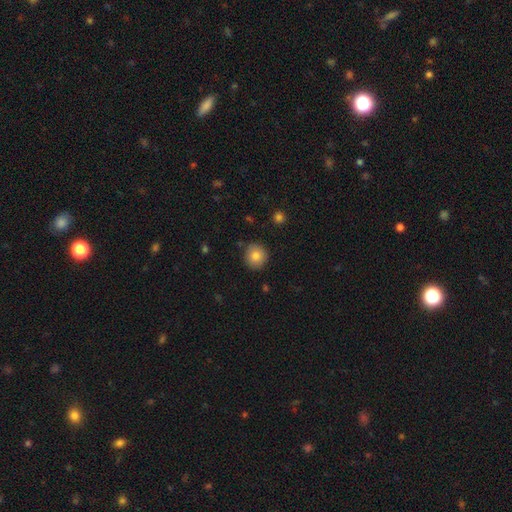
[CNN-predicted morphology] This is clearly a smooth galaxy (81%). How rounded: clearly round (90%). Merging: clearly none (87%).